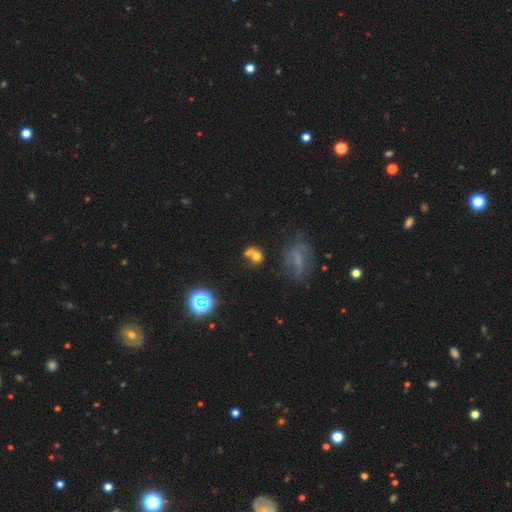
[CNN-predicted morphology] A smooth galaxy with no disk features (62%) that is round (68%).

Vote fractions:
- Smooth or featured? smooth: 62% / star or artifact: 20% / featured or disk: 18%
- How rounded? round: 68% / in between: 30% / cigar-shaped: 2%
- Merging? merger: 49% / none: 34% / minor disturbance: 10% / major disturbance: 7%